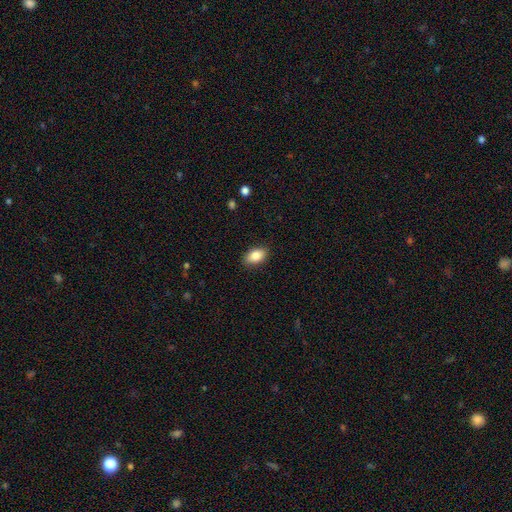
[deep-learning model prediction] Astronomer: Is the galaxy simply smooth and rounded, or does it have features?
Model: smooth — 85%.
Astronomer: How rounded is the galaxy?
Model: in between — 90%.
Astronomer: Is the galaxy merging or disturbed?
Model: none — 87%.